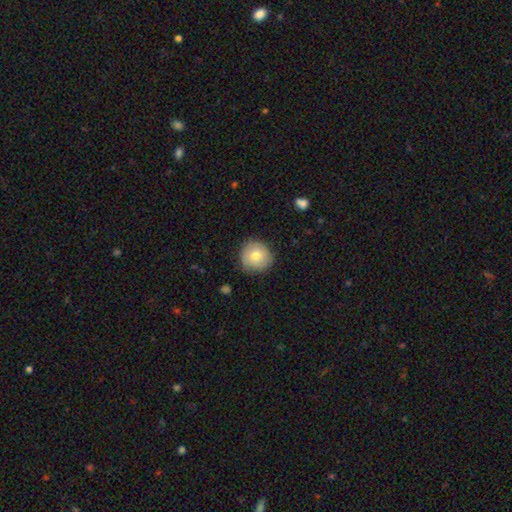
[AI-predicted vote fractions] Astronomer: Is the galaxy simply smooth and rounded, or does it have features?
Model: smooth — 75%.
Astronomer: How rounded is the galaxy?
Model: round — 92%.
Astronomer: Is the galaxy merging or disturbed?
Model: none — 82%.